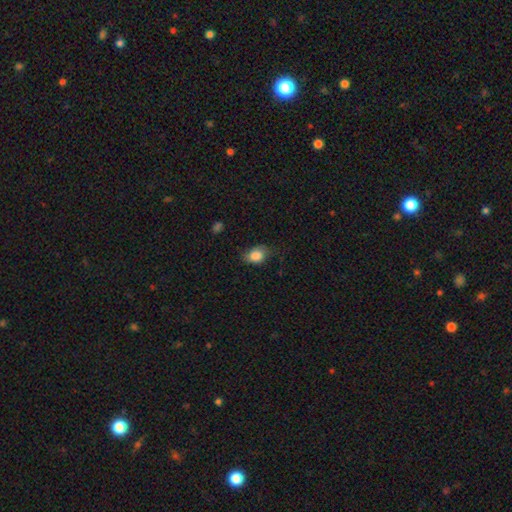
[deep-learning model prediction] Smooth or featured?
  - smooth: 85% *
  - star or artifact: 8%
  - featured or disk: 7%
How rounded?
  - in between: 72% *
  - round: 27%
  - cigar-shaped: 1%
Merging?
  - none: 61% *
  - minor disturbance: 29%
  - major disturbance: 9%
  - merger: 1%